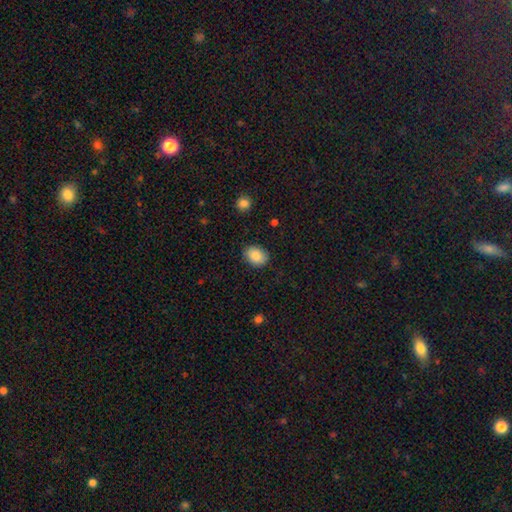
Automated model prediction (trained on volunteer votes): Smooth or featured? Predicted: smooth (p=0.88). How rounded? Predicted: in between (p=0.64). Merging? Predicted: none (p=0.85).